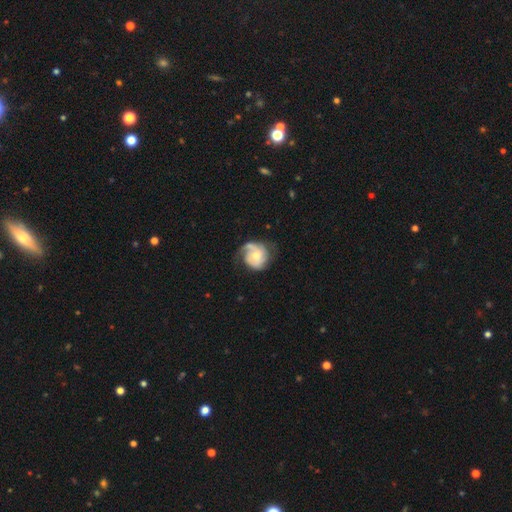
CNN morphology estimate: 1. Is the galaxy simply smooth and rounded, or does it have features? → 72% featured or disk, 22% smooth, 6% star or artifact.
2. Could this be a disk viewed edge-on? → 98% no, 2% yes.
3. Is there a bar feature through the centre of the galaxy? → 71% no, 25% weak, 5% strong.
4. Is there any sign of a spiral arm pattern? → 91% yes, 9% no.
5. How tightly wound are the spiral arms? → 44% tight, 37% medium, 20% loose.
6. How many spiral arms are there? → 45% 2, 31% 1, 13% can't tell, 7% 3, 2% 4, 2% more than 4.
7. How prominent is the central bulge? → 56% moderate, 37% small, 3% large, 2% none, 1% dominant.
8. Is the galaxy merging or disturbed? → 55% none, 25% minor disturbance, 17% major disturbance, 2% merger.